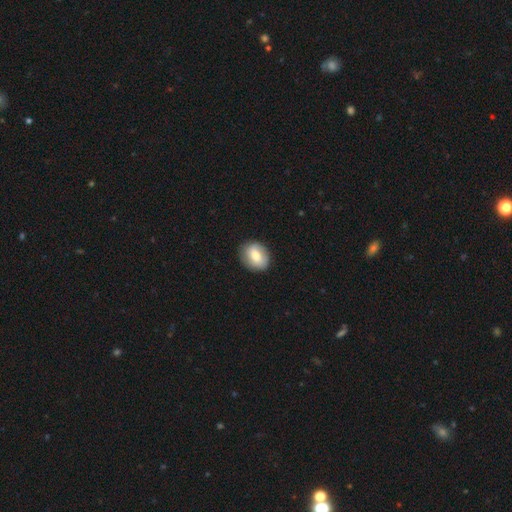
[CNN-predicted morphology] type=smooth (70%); roundness=in between (51%); merging=none (85%).